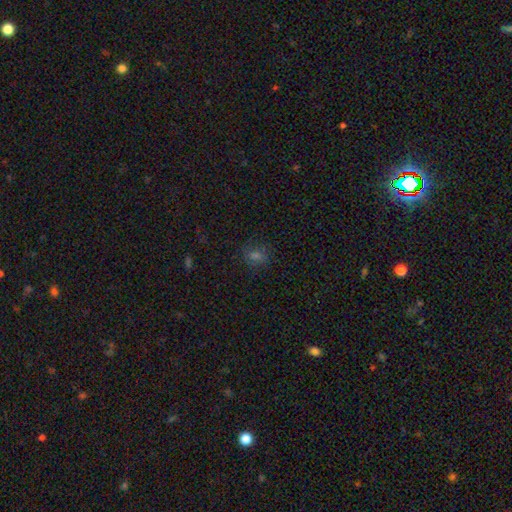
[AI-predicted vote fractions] Smooth or featured?
  - smooth: 61% *
  - star or artifact: 29%
  - featured or disk: 11%
How rounded?
  - round: 73% *
  - in between: 26%
  - cigar-shaped: 1%
Merging?
  - none: 84% *
  - minor disturbance: 11%
  - major disturbance: 4%
  - merger: 2%